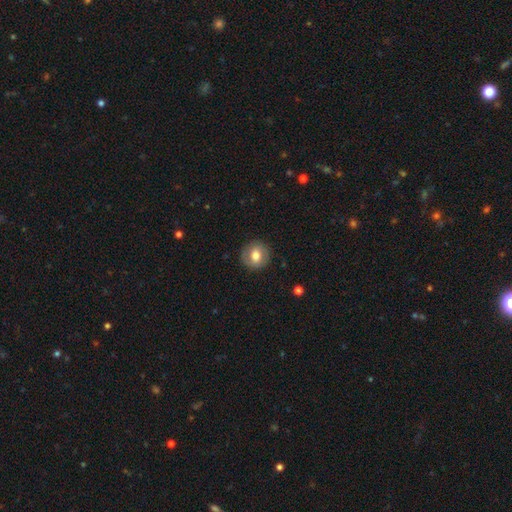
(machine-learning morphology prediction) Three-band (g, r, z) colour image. It shows a smooth galaxy with no disk features (69%) that is round (85%). Merging: none (86%).